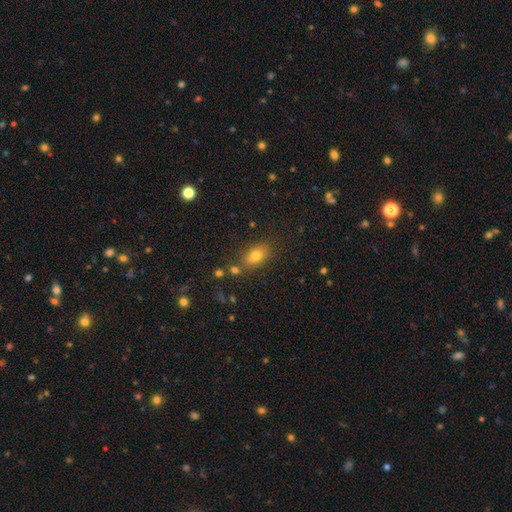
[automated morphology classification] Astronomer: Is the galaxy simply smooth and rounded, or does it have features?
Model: smooth — 75%.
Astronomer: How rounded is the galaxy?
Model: in between — 80%.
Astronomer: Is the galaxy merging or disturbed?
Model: none — 74%.